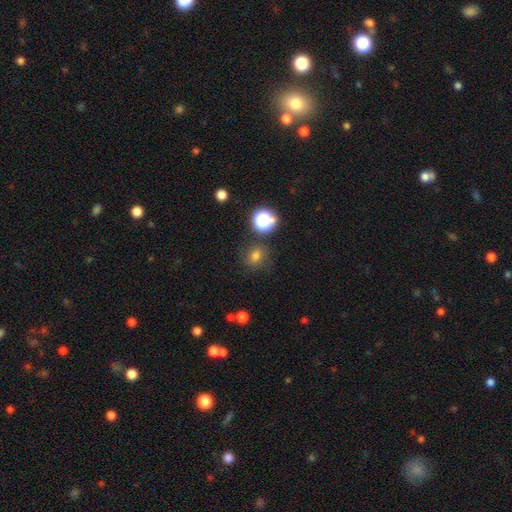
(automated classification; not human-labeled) smooth_or_featured: smooth (p=0.71) [alt: star or artifact p=0.21]
how_rounded: round (p=0.73) [alt: in between p=0.26]
merging: none (p=0.77) [alt: minor disturbance p=0.14]